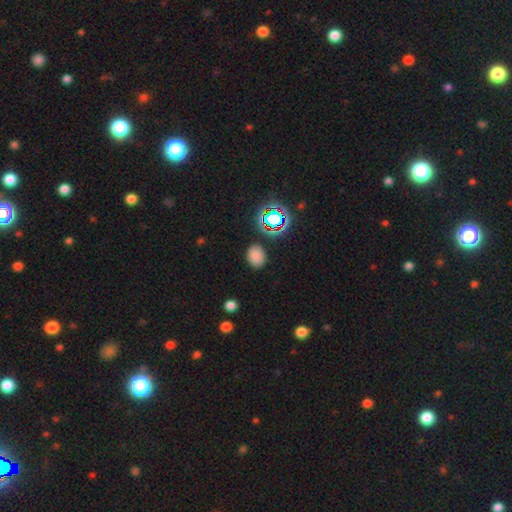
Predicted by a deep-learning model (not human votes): A smooth galaxy with no disk features (76%) that is in between round and cigar-shaped (60%).

Vote fractions:
- Smooth or featured? smooth: 76% / star or artifact: 19% / featured or disk: 6%
- How rounded? in between: 60% / round: 39% / cigar-shaped: 1%
- Merging? none: 83% / minor disturbance: 11% / major disturbance: 3% / merger: 2%